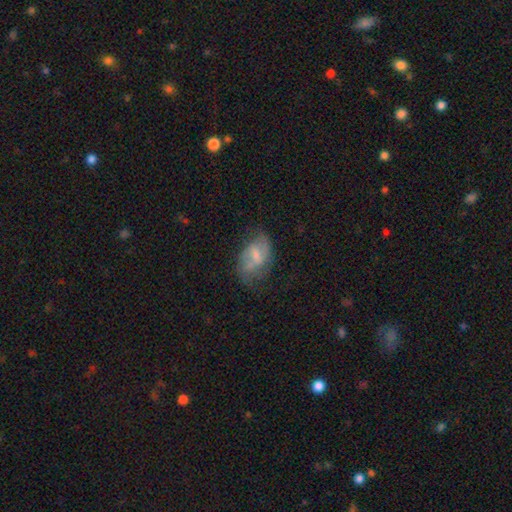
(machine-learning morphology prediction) Smooth or featured? Predicted: featured or disk (p=0.54). Edge-on disk? Predicted: no (p=0.96). Bar? Predicted: weak (p=0.51). Spiral arms? Predicted: yes (p=0.71). Bulge size? Predicted: small (p=0.43). Merging? Predicted: none (p=0.49).